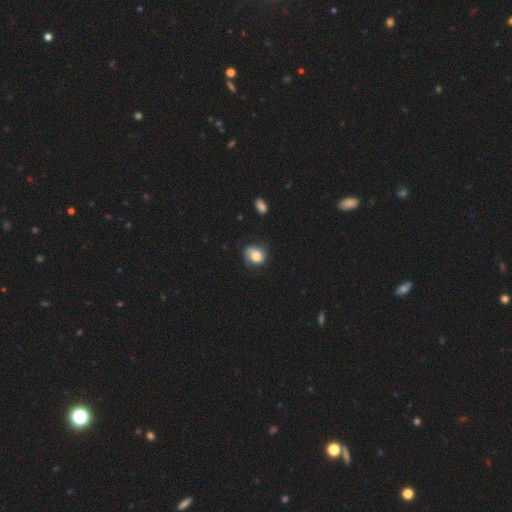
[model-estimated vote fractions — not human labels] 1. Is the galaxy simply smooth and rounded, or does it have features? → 62% smooth, 29% featured or disk, 8% star or artifact.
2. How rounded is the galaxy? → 53% round, 46% in between, 1% cigar-shaped.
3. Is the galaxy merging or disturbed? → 55% none, 30% minor disturbance, 13% major disturbance, 2% merger.